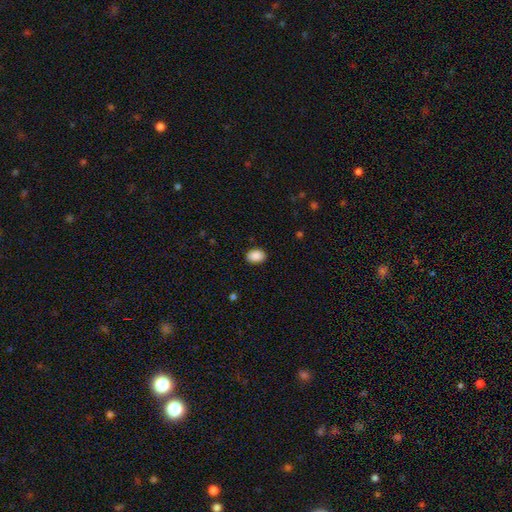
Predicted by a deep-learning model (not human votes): A smooth galaxy with no disk features (90%) that is in between round and cigar-shaped (76%). Merging: none (89%).